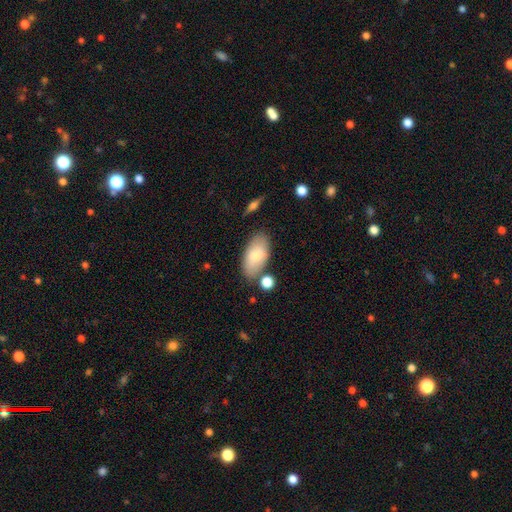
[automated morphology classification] Smooth or featured? Predicted: smooth (p=0.75). How rounded? Predicted: in between (p=0.94). Merging? Predicted: none (p=0.74).